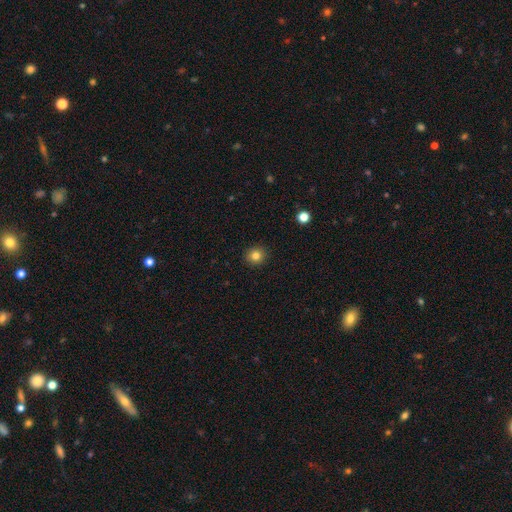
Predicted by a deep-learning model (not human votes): Smooth or featured? Predicted: smooth (p=0.82). How rounded? Predicted: round (p=0.87). Merging? Predicted: none (p=0.92).